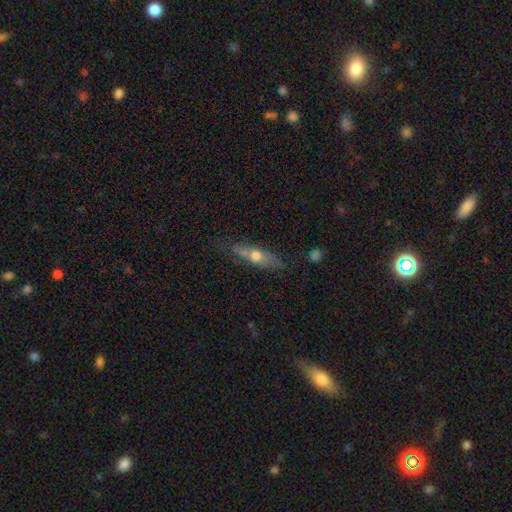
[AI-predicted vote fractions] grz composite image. It shows a featured or disk galaxy (47%). Merging: none (64%).